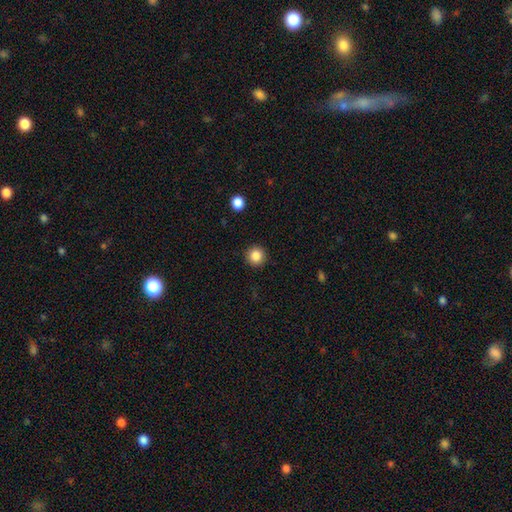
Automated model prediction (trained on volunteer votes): A smooth galaxy with no disk features (85%) that is round (95%).

Vote fractions:
- Smooth or featured? smooth: 85% / star or artifact: 11% / featured or disk: 4%
- How rounded? round: 95% / in between: 4% / cigar-shaped: 1%
- Merging? none: 92% / minor disturbance: 5% / major disturbance: 2% / merger: 1%